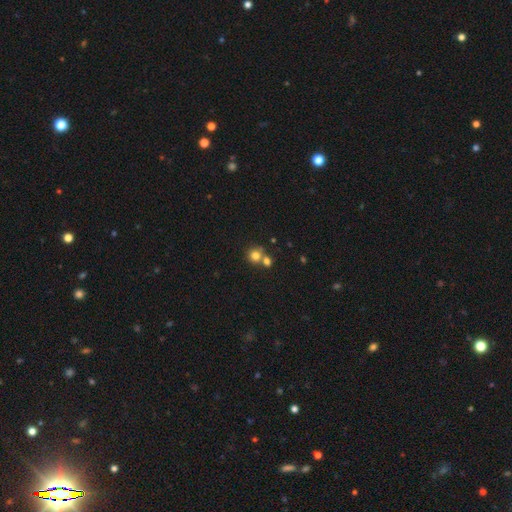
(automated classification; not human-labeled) smooth-or-featured: smooth: 78% | star or artifact: 12% | featured or disk: 10%
  how-rounded: round: 88% | in between: 11% | cigar-shaped: 1%
  merging: none: 53% | merger: 37% | minor disturbance: 8% | major disturbance: 3%